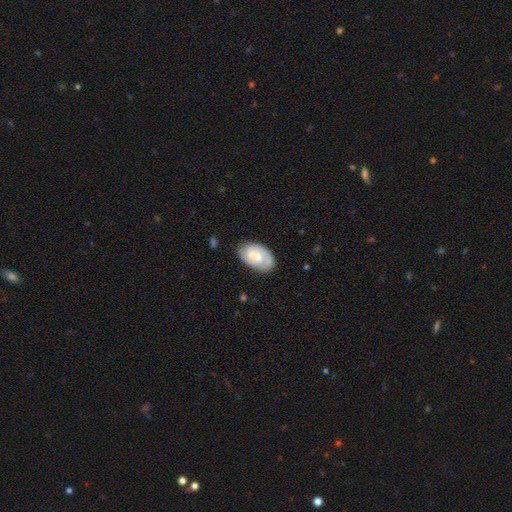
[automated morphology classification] smooth-or-featured: featured or disk: 67% | smooth: 27% | star or artifact: 5%
  disk-edge-on: no: 96% | yes: 4%
    bar: weak: 51% | no: 38% | strong: 12%
    has-spiral-arms: yes: 87% | no: 13%
      spiral-winding: tight: 50% | medium: 37% | loose: 12%
      spiral-arm-count: 2: 70% | can't tell: 15% | 1: 11% | 3: 3% | 4: 1% | more than 4: 1%
    bulge-size: moderate: 58% | small: 25% | large: 12% | none: 4% | dominant: 1%
  merging: none: 78% | minor disturbance: 17% | major disturbance: 4% | merger: 1%